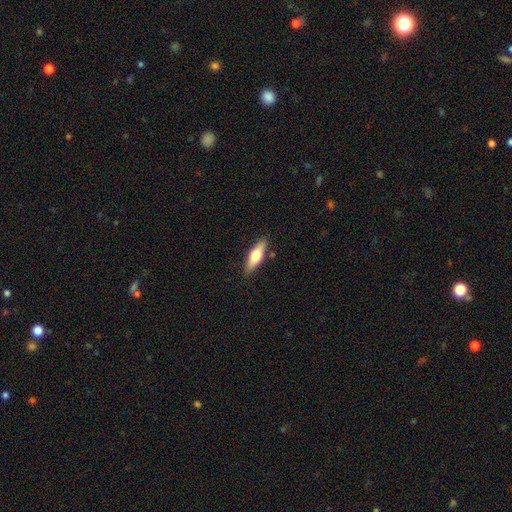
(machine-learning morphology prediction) smooth_or_featured: smooth (p=0.56) [alt: featured or disk p=0.38]
how_rounded: cigar-shaped (p=0.52) [alt: in between p=0.45]
merging: none (p=0.87) [alt: minor disturbance p=0.09]